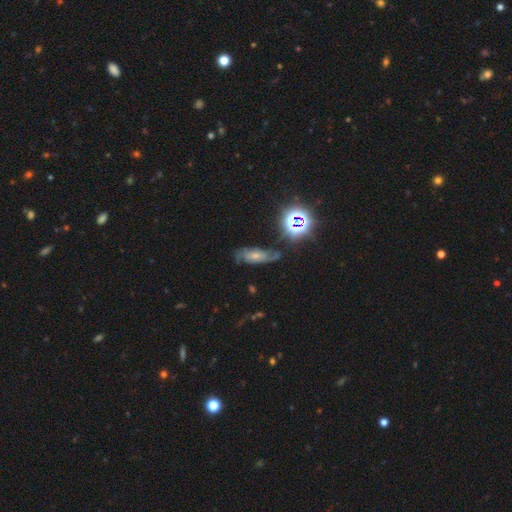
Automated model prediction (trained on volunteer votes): Smooth or featured?
  - featured or disk: 55% *
  - smooth: 25%
  - star or artifact: 20%
Edge-on disk?
  - no: 88% *
  - yes: 12%
Merging?
  - none: 59% *
  - minor disturbance: 24%
  - major disturbance: 13%
  - merger: 4%